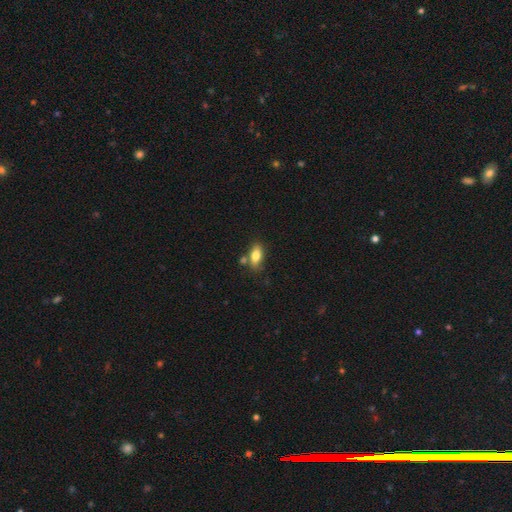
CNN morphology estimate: Q: Smooth or featured?
A: smooth (77%); runner-up: featured or disk (15%)
Q: How rounded?
A: in between (85%); runner-up: cigar-shaped (10%)
Q: Merging?
A: none (67%); runner-up: minor disturbance (16%)